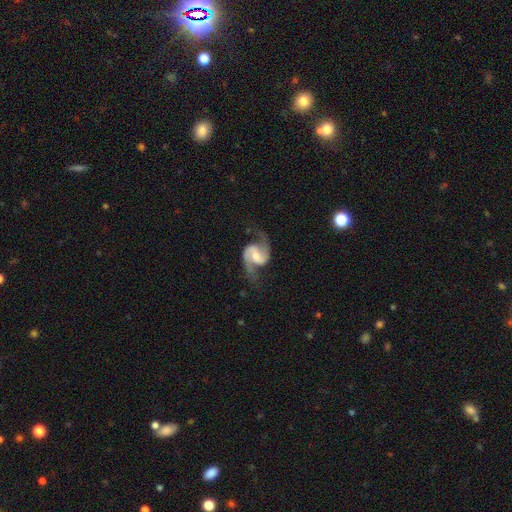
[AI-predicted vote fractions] The model was most divided on "bulge size": moderate: 46%, small: 34%, none: 11%, large: 8%, dominant: 1%. Remaining: edge-on disk — no (98%); spiral arms — yes (98%); spiral arm count — 2 (94%); smooth or featured — featured or disk (92%); merging — none (75%); spiral winding — medium (52%); bar — weak (49%).